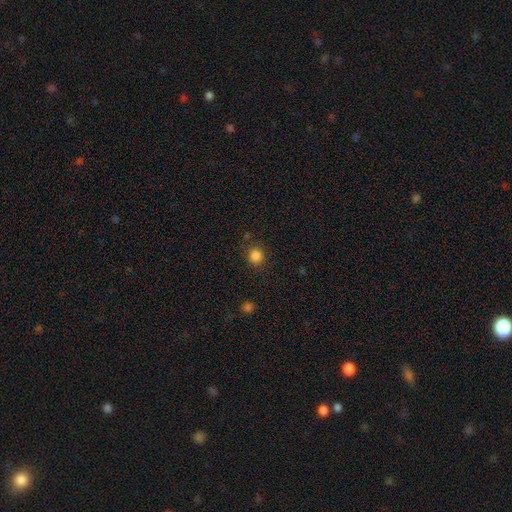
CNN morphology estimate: A smooth galaxy with no disk features (84%) that is round (83%).

Vote fractions:
- Smooth or featured? smooth: 84% / star or artifact: 12% / featured or disk: 4%
- How rounded? round: 83% / in between: 16% / cigar-shaped: 1%
- Merging? none: 85% / minor disturbance: 10% / major disturbance: 4% / merger: 2%